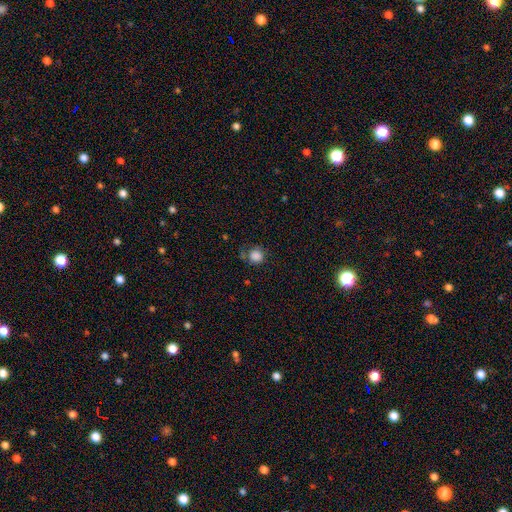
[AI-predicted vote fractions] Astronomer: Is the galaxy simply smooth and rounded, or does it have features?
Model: smooth — 85%.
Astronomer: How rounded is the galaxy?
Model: round — 91%.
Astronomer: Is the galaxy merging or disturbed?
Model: none — 70%.